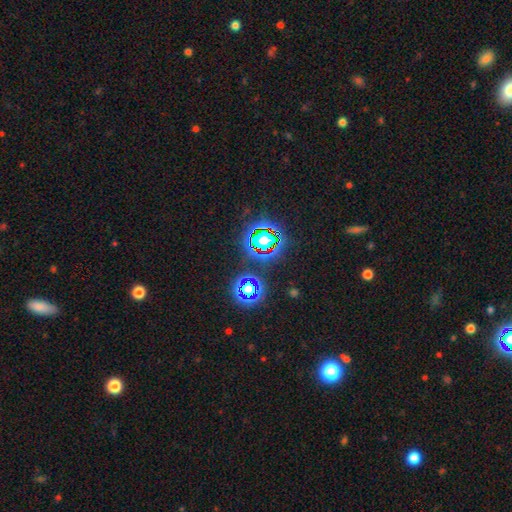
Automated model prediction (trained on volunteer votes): star or artifact 80%, smooth 13%, featured or disk 7%.